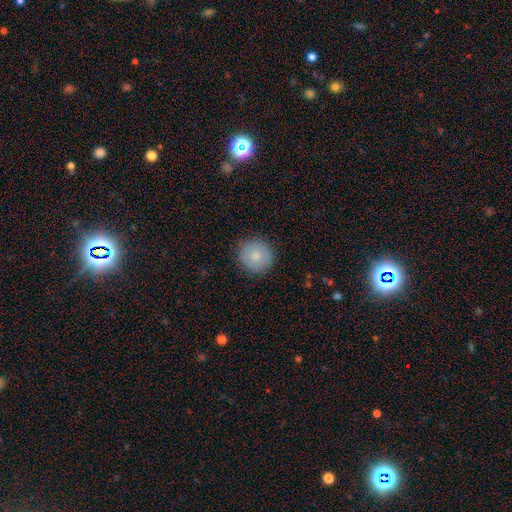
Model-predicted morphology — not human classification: Overall: smooth (82%). How rounded: round (92%). Merging: none (88%).